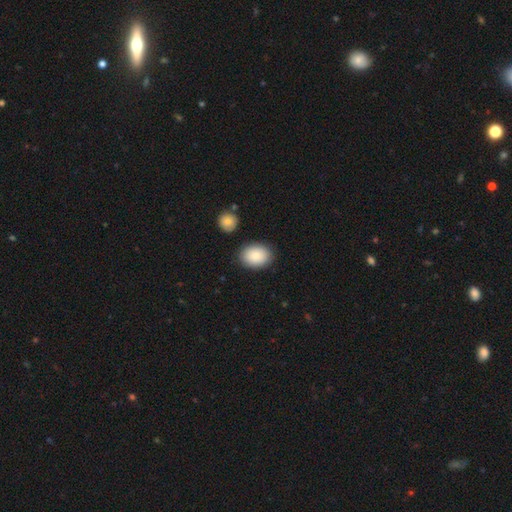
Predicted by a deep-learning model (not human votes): Q: Smooth or featured?
A: smooth (87%); runner-up: star or artifact (7%)
Q: How rounded?
A: in between (72%); runner-up: round (27%)
Q: Merging?
A: none (85%); runner-up: minor disturbance (9%)